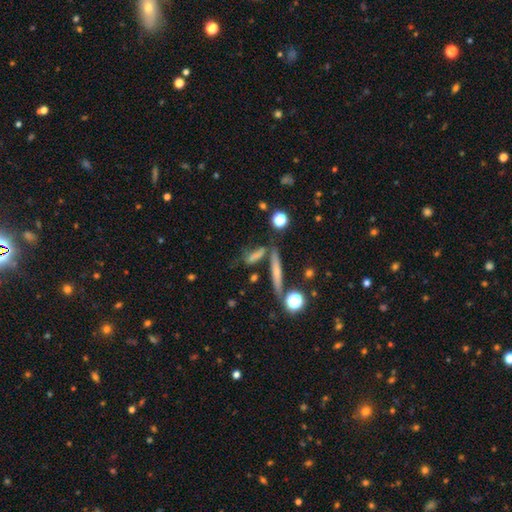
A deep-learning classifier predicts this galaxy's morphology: This is likely a smooth galaxy (62%). How rounded: likely cigar-shaped (64%). Merging: likely none (61%).